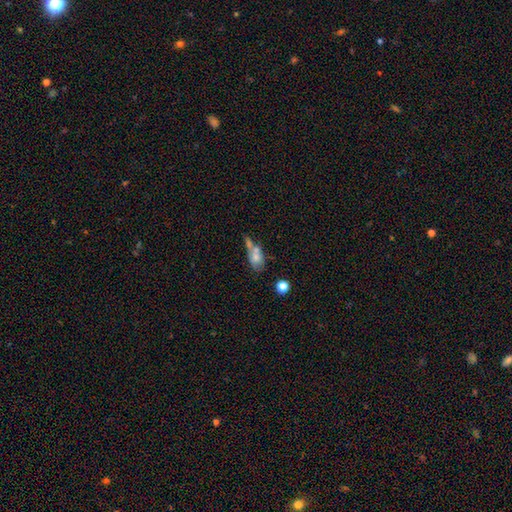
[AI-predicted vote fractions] The model was most divided on "merging": merger: 44%, none: 28%, minor disturbance: 16%, major disturbance: 12%. More confident: how rounded — in between (75%); smooth or featured — smooth (63%).